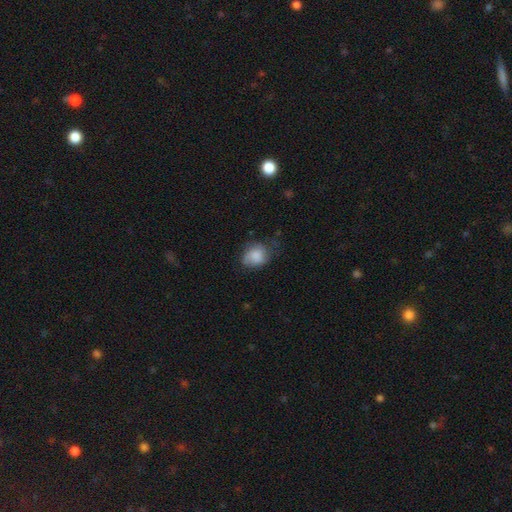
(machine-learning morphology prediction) Smooth or featured: smooth — 76% (featured or disk — 16%)
How rounded: in between — 53% (round — 46%)
Merging: none — 49% (minor disturbance — 34%)